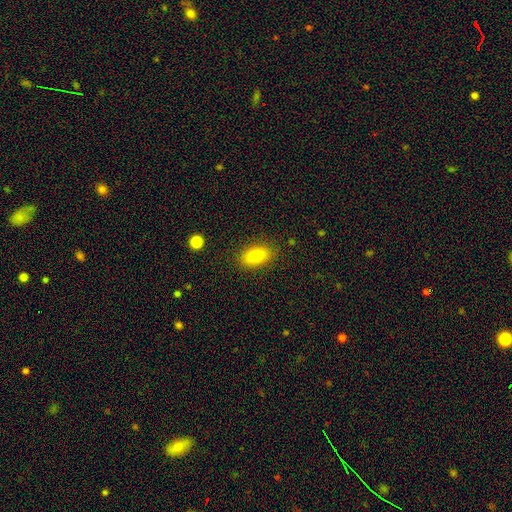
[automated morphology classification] type=smooth (82%); roundness=in between (89%); merging=none (86%).